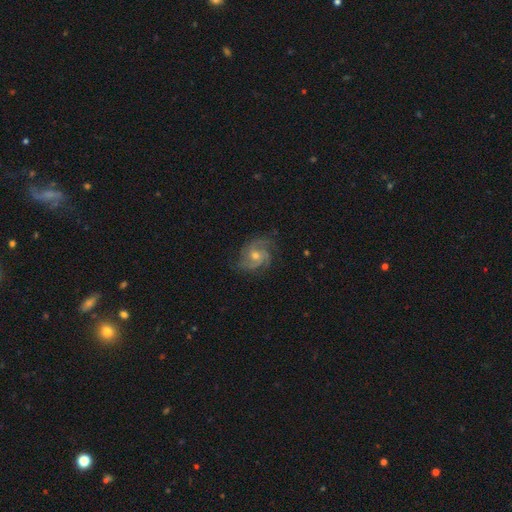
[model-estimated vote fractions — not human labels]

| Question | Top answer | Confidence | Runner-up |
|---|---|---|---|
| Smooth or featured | featured or disk | 86% | star or artifact (7%) |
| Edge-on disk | no | 98% | yes (2%) |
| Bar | no | 64% | weak (30%) |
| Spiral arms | yes | 98% | no (2%) |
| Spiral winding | medium | 47% | tight (43%) |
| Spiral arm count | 3 | 44% | 2 (28%) |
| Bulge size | moderate | 55% | small (40%) |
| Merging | none | 75% | minor disturbance (17%) |